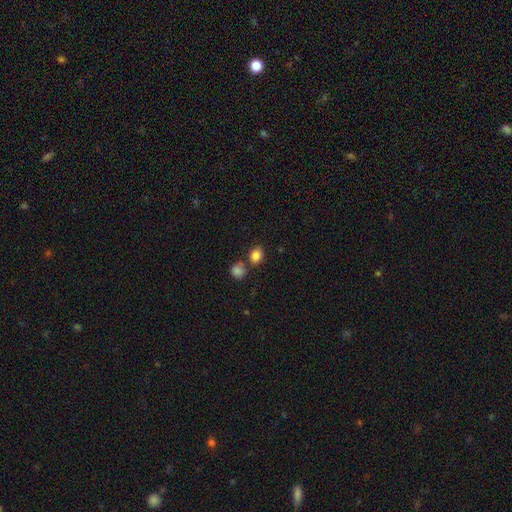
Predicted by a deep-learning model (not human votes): Morphology: type=smooth (84%); roundness=round (54%); merging=none (67%).